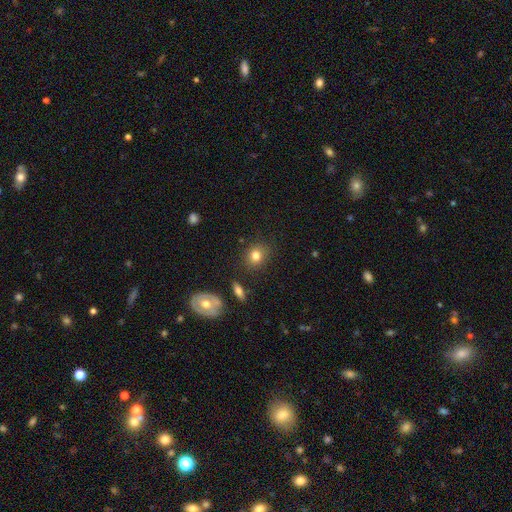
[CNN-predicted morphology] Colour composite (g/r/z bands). It shows a smooth galaxy with no disk features (80%) that is round (66%). Merging: none (84%).